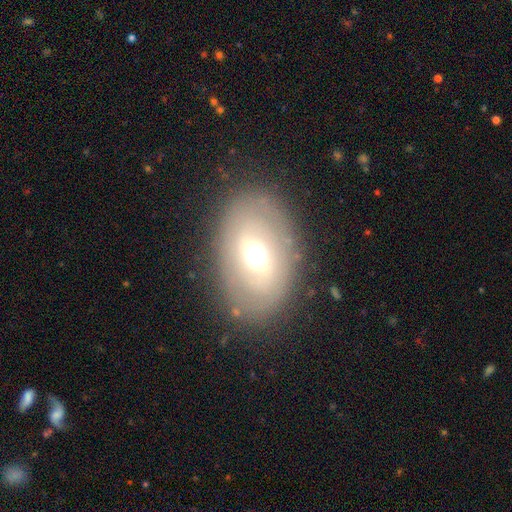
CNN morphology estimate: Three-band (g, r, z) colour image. It shows a featured or disk galaxy (48%). Merging: none (81%).